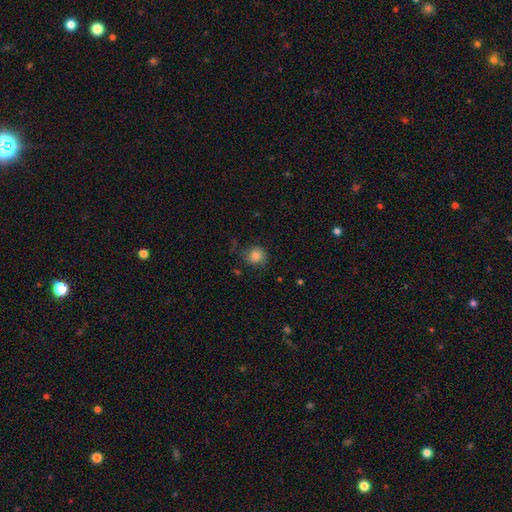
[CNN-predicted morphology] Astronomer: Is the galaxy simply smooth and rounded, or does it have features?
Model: smooth — 81%.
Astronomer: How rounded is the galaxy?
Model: round — 86%.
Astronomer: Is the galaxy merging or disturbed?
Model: none — 75%.